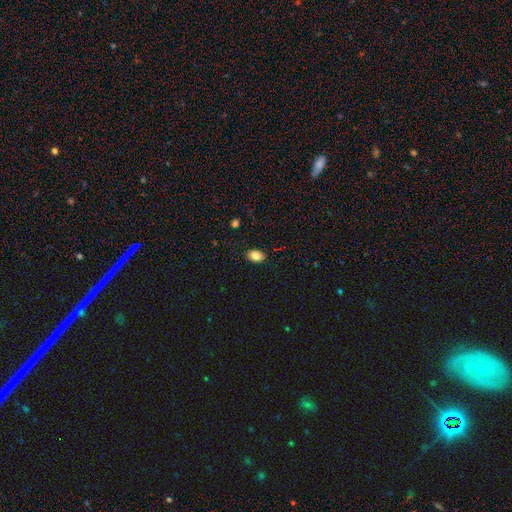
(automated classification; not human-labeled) smooth 83%, star or artifact 9%, featured or disk 8%. Down the decision tree: how rounded — in between (82%); merging — none (88%).